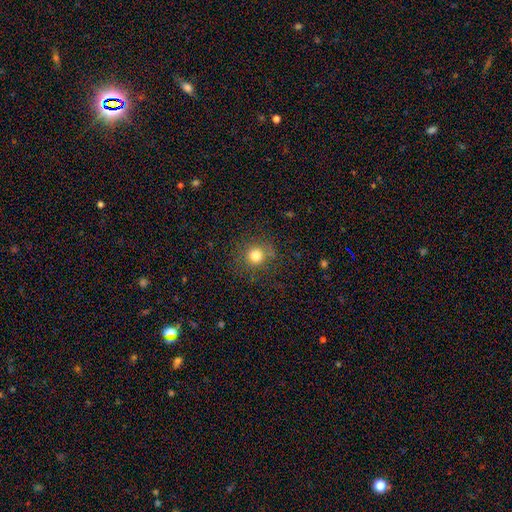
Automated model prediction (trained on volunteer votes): The model was most divided on "smooth or featured": smooth: 78%, star or artifact: 15%, featured or disk: 7%. More confident: how rounded — round (92%); merging — none (85%).